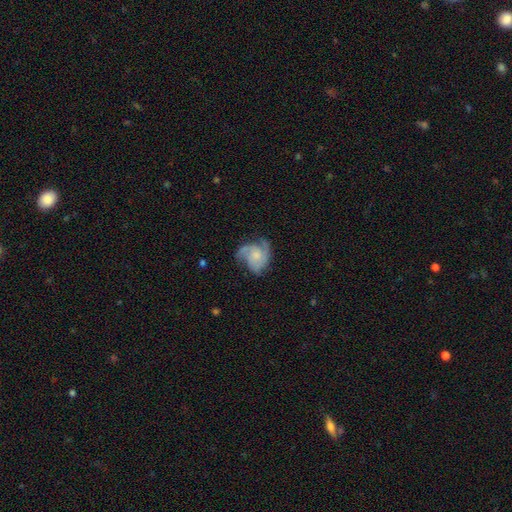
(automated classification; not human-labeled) Smooth or featured? featured or disk (75%)
Edge-on disk? no (98%)
Bar? no (76%)
Spiral arms? yes (93%)
Spiral winding? medium (48%)
Spiral arm count? 3 (54%)
Bulge size? small (41%)
Merging? none (54%)